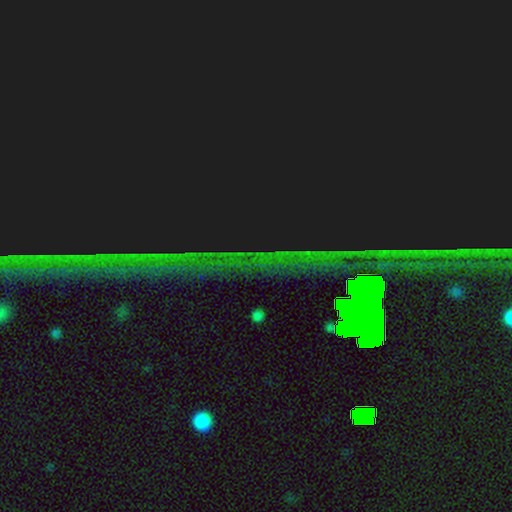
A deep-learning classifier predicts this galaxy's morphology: star or artifact 82%, featured or disk 10%, smooth 8%.